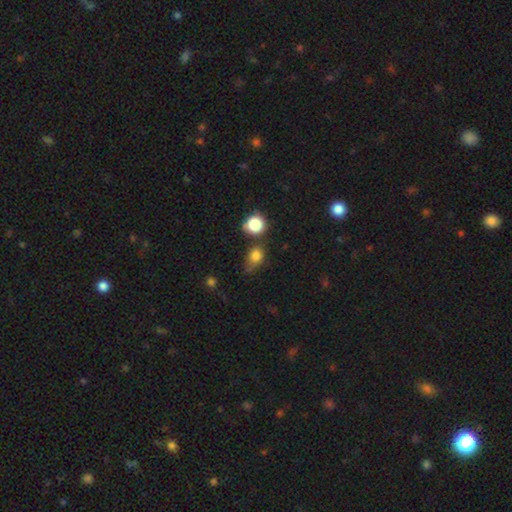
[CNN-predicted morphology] Smooth or featured?
  - smooth: 78% *
  - star or artifact: 13%
  - featured or disk: 8%
How rounded?
  - round: 54% *
  - in between: 44%
  - cigar-shaped: 2%
Merging?
  - none: 44% *
  - minor disturbance: 30%
  - major disturbance: 13%
  - merger: 13%